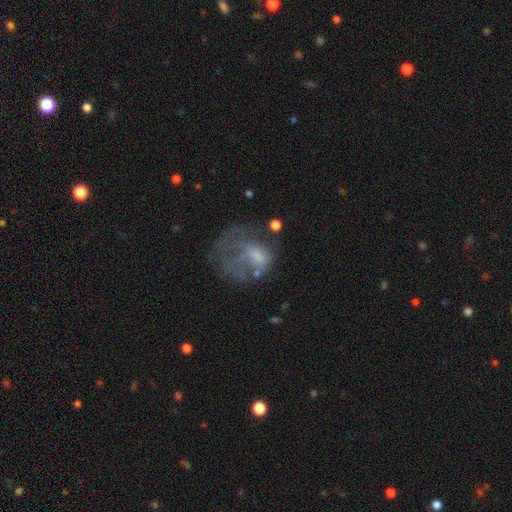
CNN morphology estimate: featured or disk 45%, smooth 41%, star or artifact 14%. Down the decision tree: merging — major disturbance (51%).